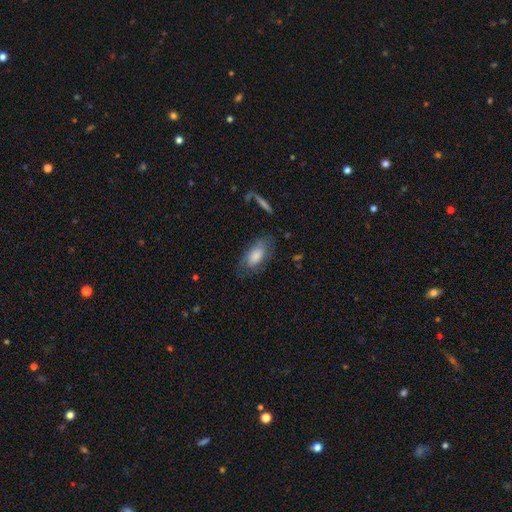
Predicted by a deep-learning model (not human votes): This appears to be a smooth galaxy with no disk features (73%) that is in between round and cigar-shaped (89%). Merging: none (63%).